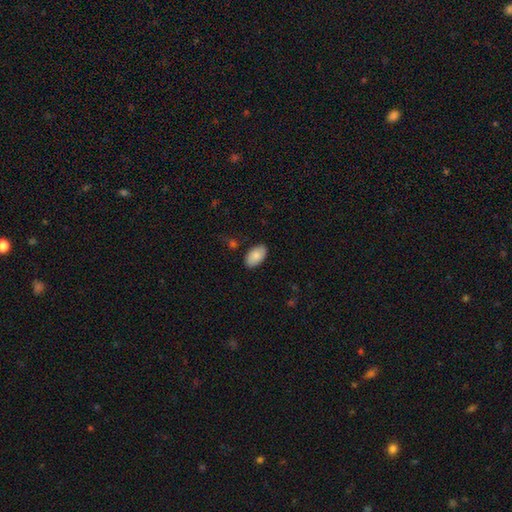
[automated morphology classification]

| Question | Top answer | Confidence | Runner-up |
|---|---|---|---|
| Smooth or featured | smooth | 86% | featured or disk (7%) |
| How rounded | in between | 95% | round (3%) |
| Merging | none | 86% | minor disturbance (10%) |